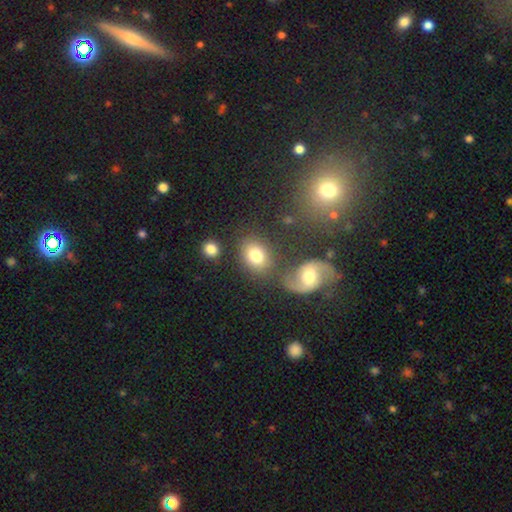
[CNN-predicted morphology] Smooth or featured? Predicted: smooth (p=0.77). How rounded? Predicted: in between (p=0.59). Merging? Predicted: none (p=0.66).